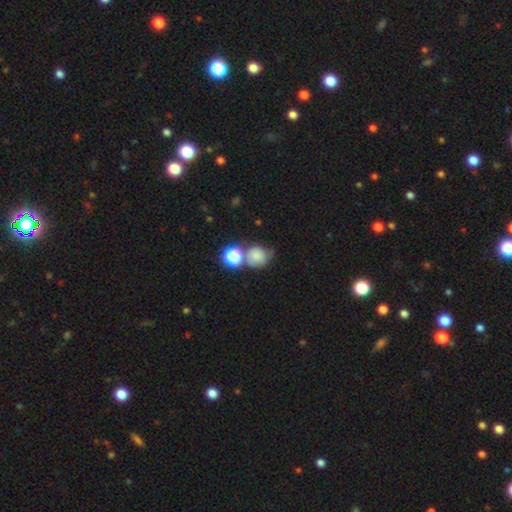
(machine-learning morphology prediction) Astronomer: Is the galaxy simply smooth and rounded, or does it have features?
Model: smooth — 72%.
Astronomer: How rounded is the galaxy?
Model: round — 77%.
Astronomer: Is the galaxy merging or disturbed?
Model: none — 45% (runner-up: merger, 27%).